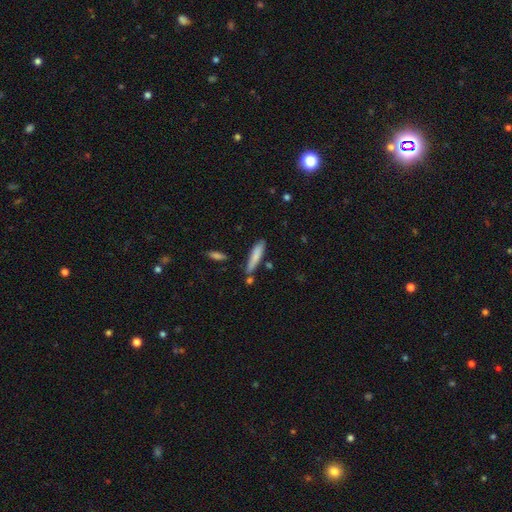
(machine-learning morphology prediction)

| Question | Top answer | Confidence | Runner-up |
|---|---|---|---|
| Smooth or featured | smooth | 78% | featured or disk (15%) |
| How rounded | cigar-shaped | 80% | in between (18%) |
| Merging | none | 73% | minor disturbance (16%) |